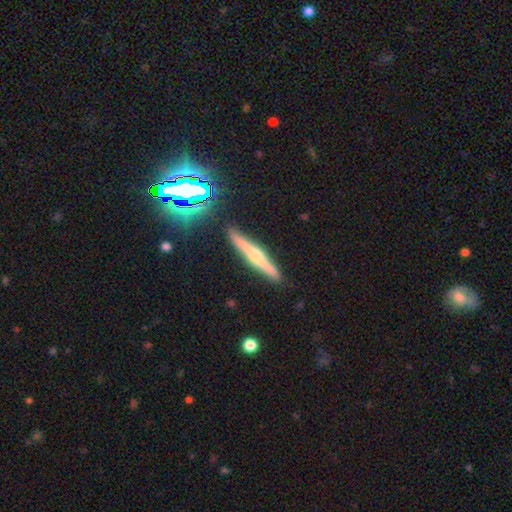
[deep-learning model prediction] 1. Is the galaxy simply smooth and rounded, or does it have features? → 61% featured or disk, 29% smooth, 10% star or artifact.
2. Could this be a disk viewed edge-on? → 97% yes, 3% no.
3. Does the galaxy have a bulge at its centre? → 84% rounded, 9% none, 7% boxy.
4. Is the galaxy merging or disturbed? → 90% none, 7% minor disturbance, 2% merger, 2% major disturbance.